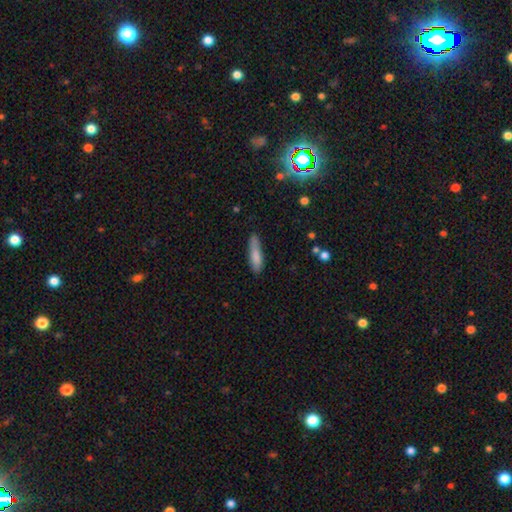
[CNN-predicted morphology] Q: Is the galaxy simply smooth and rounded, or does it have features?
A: smooth — 81%.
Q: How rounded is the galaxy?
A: cigar-shaped — 74%.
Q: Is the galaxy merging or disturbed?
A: none — 69%.